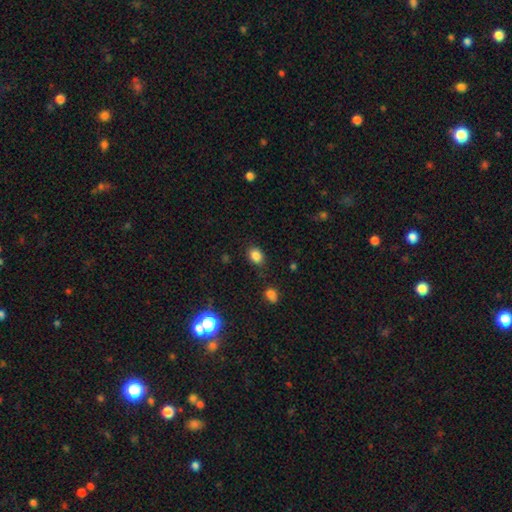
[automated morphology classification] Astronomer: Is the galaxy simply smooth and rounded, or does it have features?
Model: smooth — 84%.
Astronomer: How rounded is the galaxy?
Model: in between — 67%.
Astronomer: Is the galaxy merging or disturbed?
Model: none — 81%.